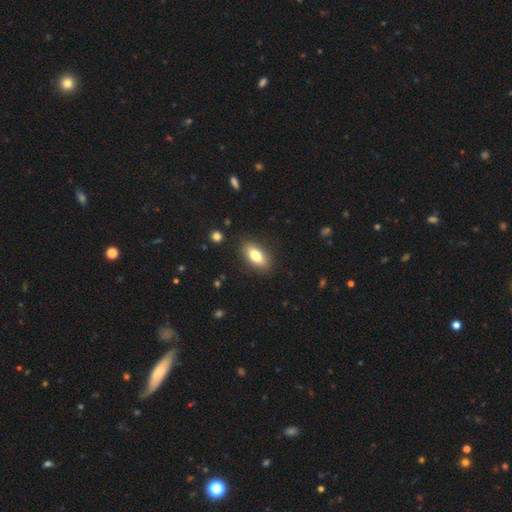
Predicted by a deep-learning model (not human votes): smooth 78%, featured or disk 15%, star or artifact 7%. Down the decision tree: how rounded — in between (86%); merging — none (87%).